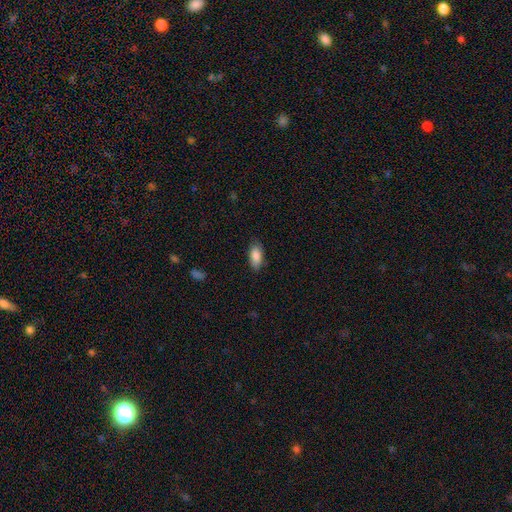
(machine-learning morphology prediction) A smooth galaxy with no disk features (86%) that is in between round and cigar-shaped (87%).

Vote fractions:
- Smooth or featured? smooth: 86% / featured or disk: 8% / star or artifact: 6%
- How rounded? in between: 87% / cigar-shaped: 11% / round: 2%
- Merging? none: 82% / minor disturbance: 15% / major disturbance: 3% / merger: 1%